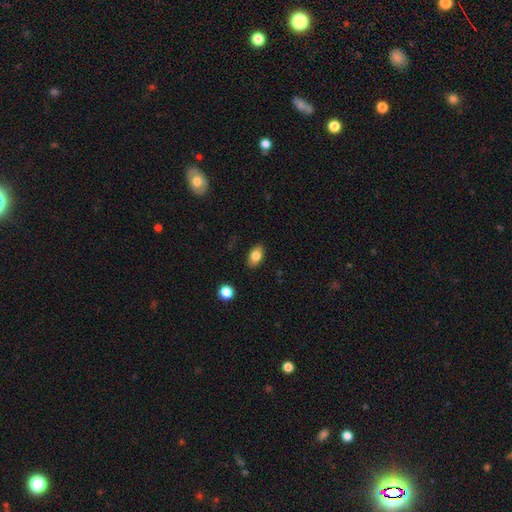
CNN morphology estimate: smooth_or_featured: smooth (p=0.81) [alt: featured or disk p=0.11]
how_rounded: in between (p=0.89) [alt: round p=0.08]
merging: none (p=0.87) [alt: minor disturbance p=0.10]